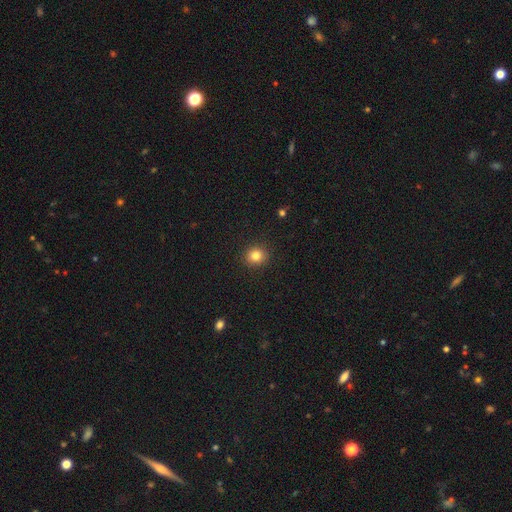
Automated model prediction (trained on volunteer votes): Smooth or featured? smooth (82%)
How rounded? round (85%)
Merging? none (91%)